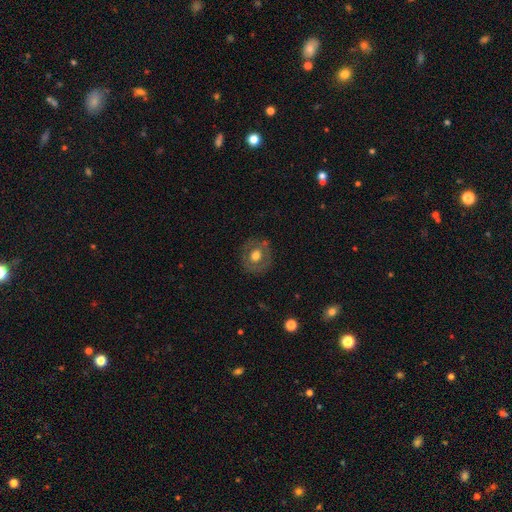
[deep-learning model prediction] Q: Smooth or featured?
A: smooth (52%); runner-up: featured or disk (41%)
Q: How rounded?
A: round (82%); runner-up: in between (17%)
Q: Merging?
A: none (81%); runner-up: minor disturbance (13%)